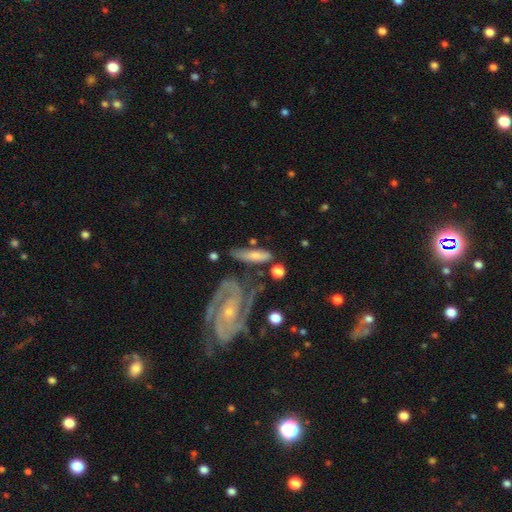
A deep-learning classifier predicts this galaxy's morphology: This is possibly a smooth galaxy (54%). How rounded: possibly cigar-shaped (57%). Merging: possibly none (50%).